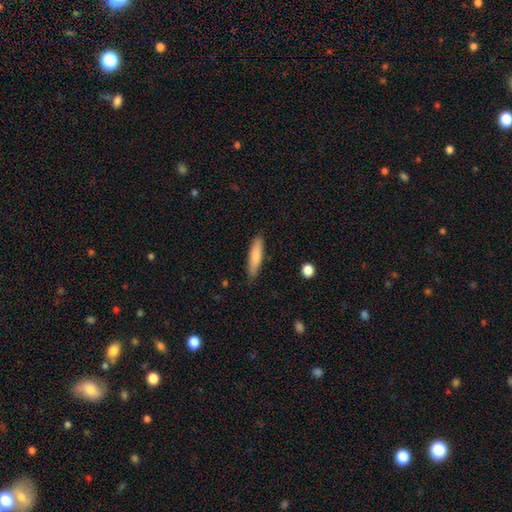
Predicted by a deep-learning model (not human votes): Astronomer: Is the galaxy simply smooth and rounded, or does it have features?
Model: smooth — 80%.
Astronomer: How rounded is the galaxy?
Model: cigar-shaped — 77%.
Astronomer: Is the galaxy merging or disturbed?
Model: none — 85%.